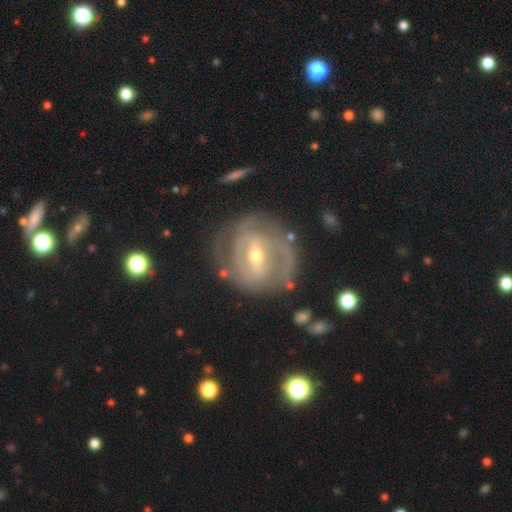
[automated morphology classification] A featured or disk galaxy (86%) with a strong bar (46%), 2 (53%) tight (56%) spiral arms (88%) and a moderate central bulge (52%).

Vote fractions:
- Smooth or featured? featured or disk: 86% / smooth: 9% / star or artifact: 5%
- Edge-on disk? no: 96% / yes: 4%
- Bar? strong: 46% / weak: 40% / no: 14%
- Spiral arms? yes: 88% / no: 12%
- Spiral winding? tight: 56% / medium: 34% / loose: 10%
- Spiral arm count? 2: 53% / can't tell: 23% / 3: 13% / 1: 4% / 4: 4% / more than 4: 3%
- Bulge size? moderate: 52% / small: 44% / large: 2% / none: 1% / dominant: 1%
- Merging? none: 71% / minor disturbance: 17% / major disturbance: 9% / merger: 3%